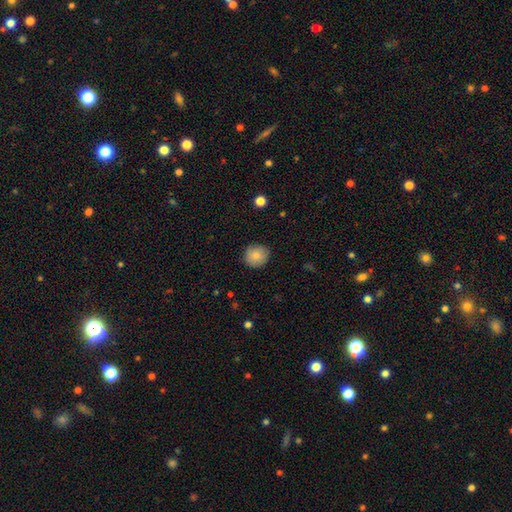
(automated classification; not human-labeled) This appears to be a smooth galaxy with no disk features (83%) that is round (89%). Merging: none (88%).